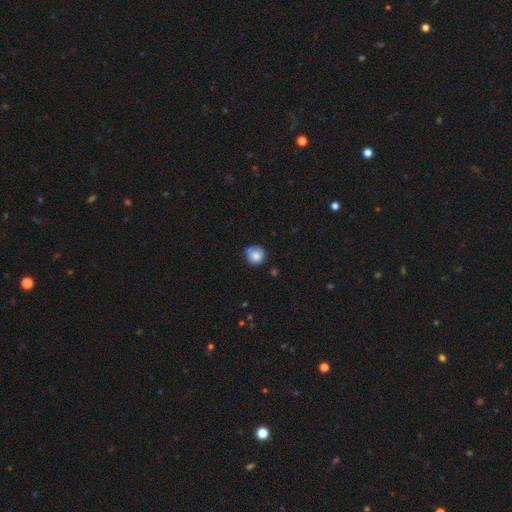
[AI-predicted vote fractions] smooth_or_featured: smooth (p=0.81) [alt: featured or disk p=0.10]
how_rounded: round (p=0.91) [alt: in between p=0.08]
merging: none (p=0.65) [alt: minor disturbance p=0.21]